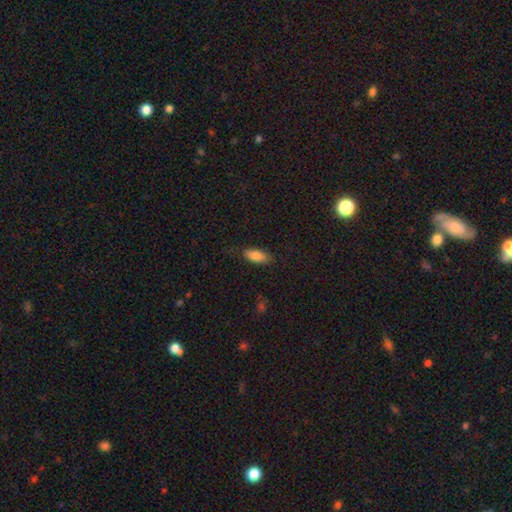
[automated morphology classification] This is clearly a smooth galaxy (85%). How rounded: clearly in between (84%). Merging: clearly none (82%).